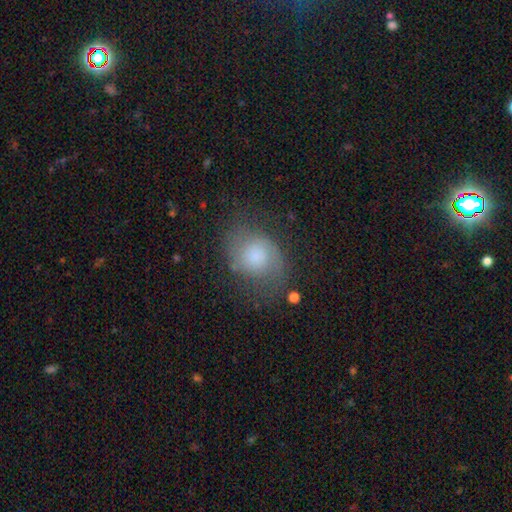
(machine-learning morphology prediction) Overall: featured or disk (51%; smooth 39%). Edge-on disk: no (97%). Merging: none (61%; minor disturbance 23%).